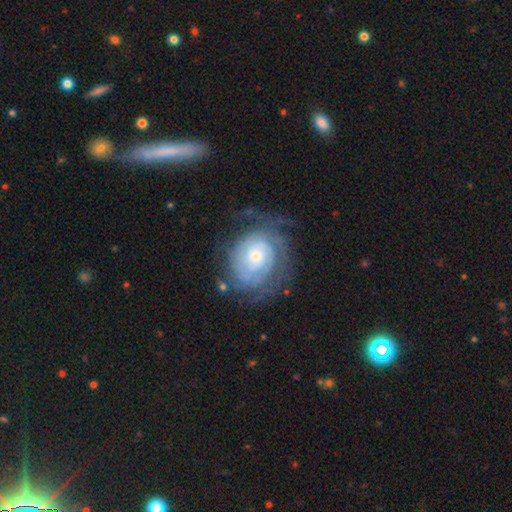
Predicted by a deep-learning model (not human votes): featured or disk 84%, smooth 10%, star or artifact 6%. Down the decision tree: edge-on disk — no (97%); bar — no (73%); spiral arms — yes (95%); spiral arm count — can't tell (41%); spiral winding — tight (77%); bulge size — small (61%); merging — none (65%).